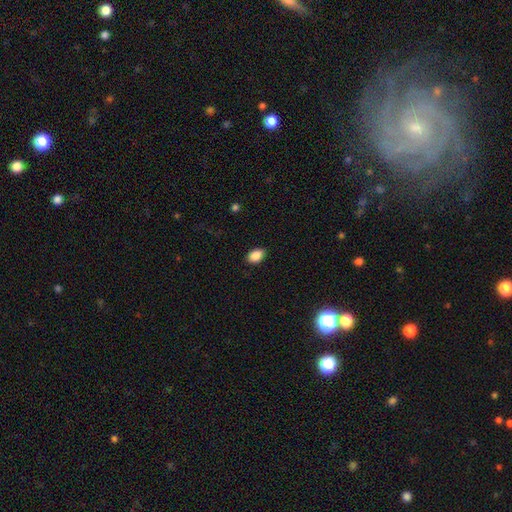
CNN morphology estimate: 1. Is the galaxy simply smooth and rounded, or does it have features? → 88% smooth, 8% star or artifact, 4% featured or disk.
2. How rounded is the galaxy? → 86% in between, 13% round, 1% cigar-shaped.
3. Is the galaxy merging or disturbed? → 88% none, 9% minor disturbance, 2% major disturbance, 1% merger.